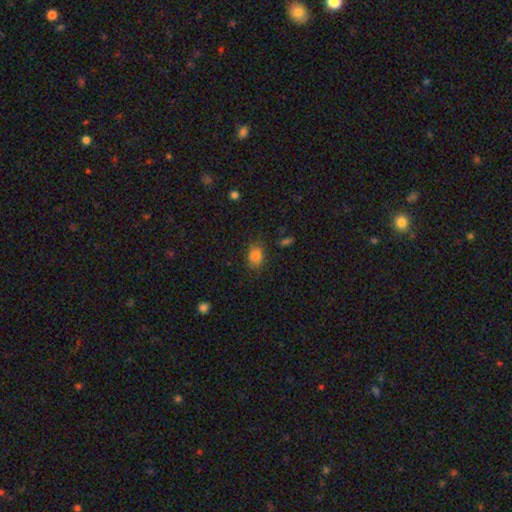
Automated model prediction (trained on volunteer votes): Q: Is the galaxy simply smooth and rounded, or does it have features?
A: smooth — 83%.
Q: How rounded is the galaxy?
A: in between — 72%.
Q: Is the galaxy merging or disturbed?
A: none — 75%.